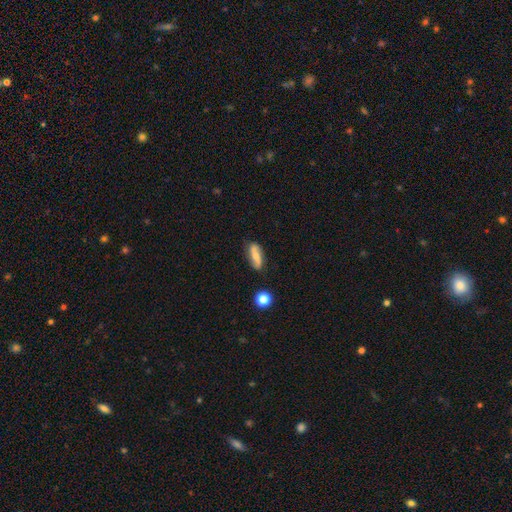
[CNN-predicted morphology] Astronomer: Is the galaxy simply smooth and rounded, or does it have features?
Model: featured or disk — 51% (runner-up: smooth, 42%).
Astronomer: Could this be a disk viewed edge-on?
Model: no — 83%.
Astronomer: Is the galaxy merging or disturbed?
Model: none — 79%.